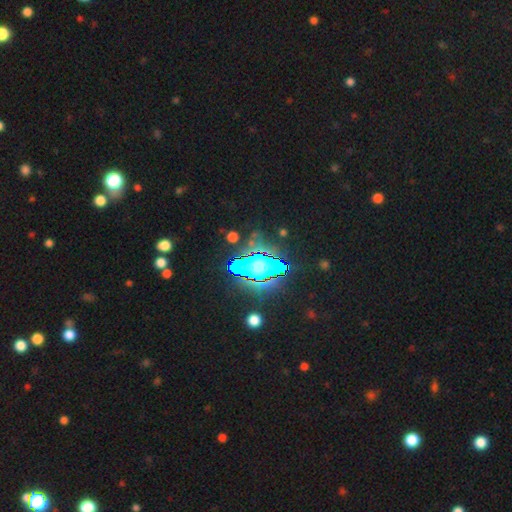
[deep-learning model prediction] A star or artifact, not a galaxy (82%).